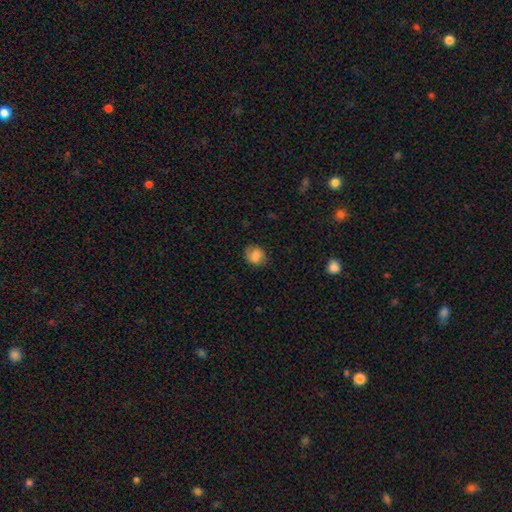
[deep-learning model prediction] smooth-or-featured: smooth: 76% | featured or disk: 15% | star or artifact: 9%
  how-rounded: round: 69% | in between: 30% | cigar-shaped: 1%
  merging: none: 79% | minor disturbance: 16% | major disturbance: 4% | merger: 1%